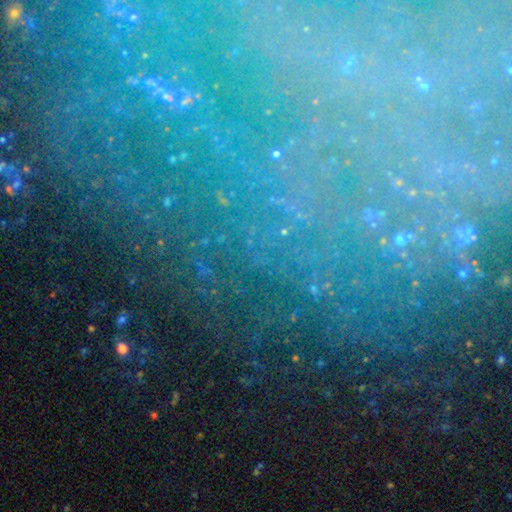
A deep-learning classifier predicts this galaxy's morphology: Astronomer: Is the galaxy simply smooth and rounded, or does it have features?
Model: star or artifact — 62%.